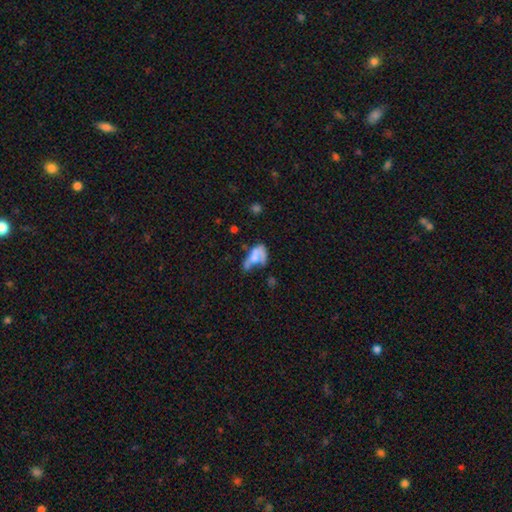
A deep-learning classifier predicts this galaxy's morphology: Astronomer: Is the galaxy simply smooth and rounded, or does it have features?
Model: smooth — 53% (runner-up: featured or disk, 36%).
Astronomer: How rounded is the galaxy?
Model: in between — 84%.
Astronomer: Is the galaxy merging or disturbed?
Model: major disturbance — 33% (runner-up: merger, 32%).